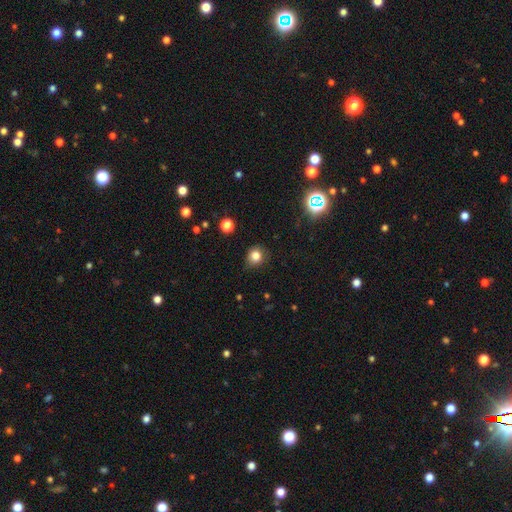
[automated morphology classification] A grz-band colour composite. It shows a smooth galaxy with no disk features (81%) that is round (77%). Merging: none (76%).